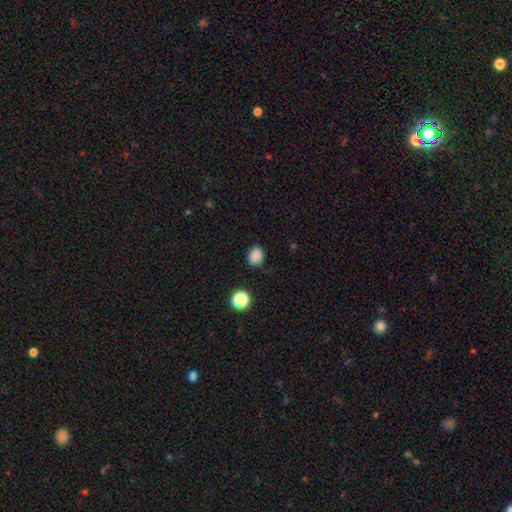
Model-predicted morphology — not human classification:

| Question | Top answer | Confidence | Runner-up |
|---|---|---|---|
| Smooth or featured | smooth | 85% | star or artifact (12%) |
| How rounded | round | 53% | in between (46%) |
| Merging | none | 81% | minor disturbance (14%) |